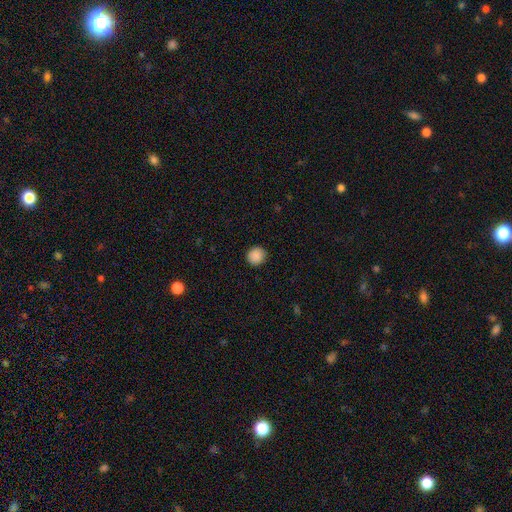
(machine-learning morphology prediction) A smooth galaxy with no disk features (89%) that is round (89%). Merging: none (87%).